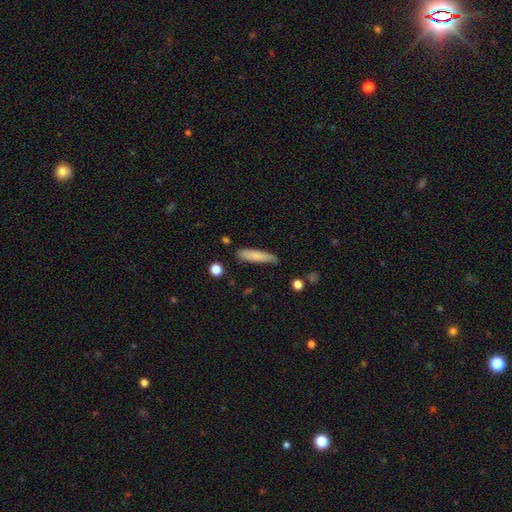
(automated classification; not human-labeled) smooth 79%, featured or disk 14%, star or artifact 6%. Down the decision tree: how rounded — cigar-shaped (82%); merging — none (75%).